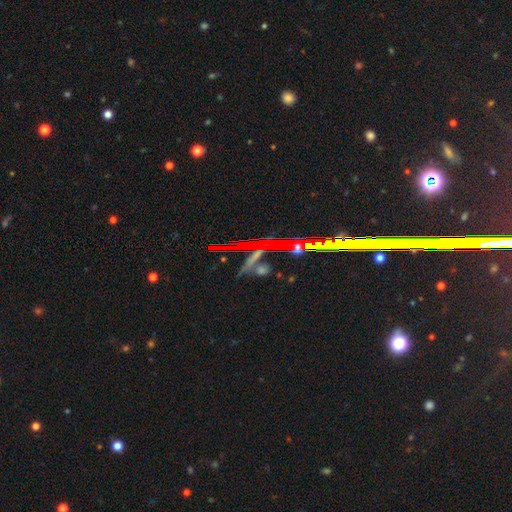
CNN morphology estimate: smooth_or_featured: star or artifact (p=0.61) [alt: featured or disk p=0.20]